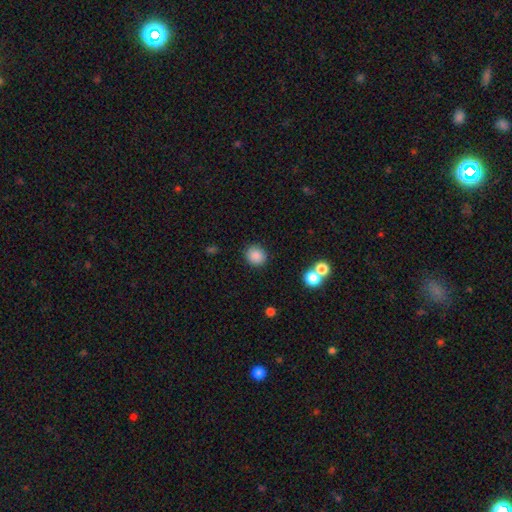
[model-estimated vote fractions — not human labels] Q: Smooth or featured?
A: smooth (86%); runner-up: star or artifact (10%)
Q: How rounded?
A: round (83%); runner-up: in between (16%)
Q: Merging?
A: none (86%); runner-up: minor disturbance (7%)